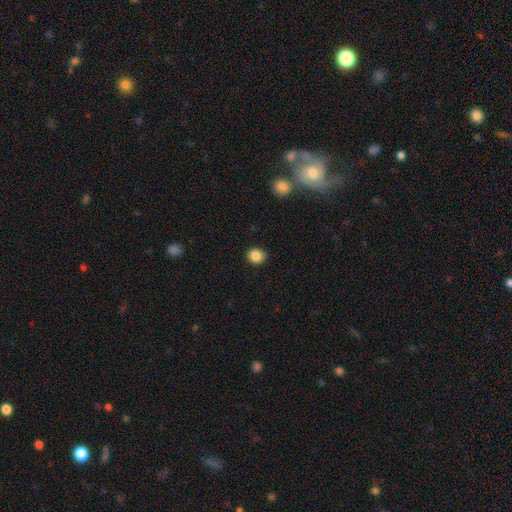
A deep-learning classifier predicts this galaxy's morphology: type=smooth (86%); roundness=round (79%); merging=none (86%).